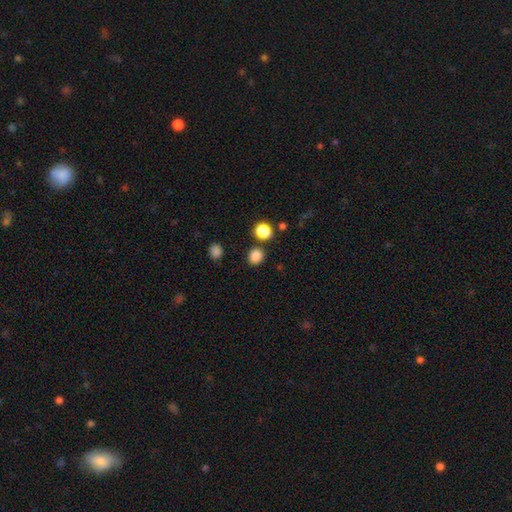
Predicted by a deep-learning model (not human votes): Smooth or featured? Predicted: smooth (p=0.84). How rounded? Predicted: round (p=0.78). Merging? Predicted: none (p=0.85).